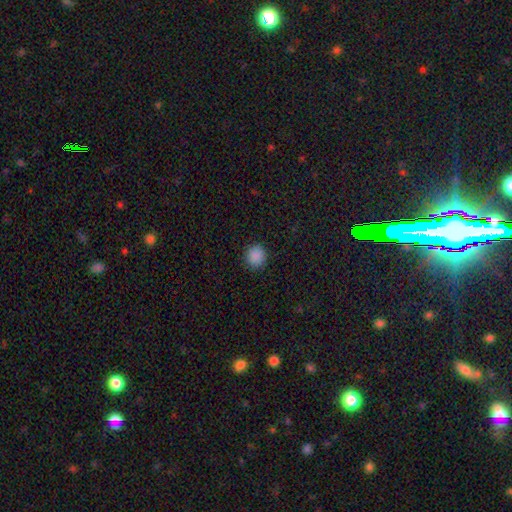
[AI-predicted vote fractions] Q: Smooth or featured?
A: smooth (88%); runner-up: star or artifact (10%)
Q: How rounded?
A: round (85%); runner-up: in between (14%)
Q: Merging?
A: none (90%); runner-up: minor disturbance (7%)